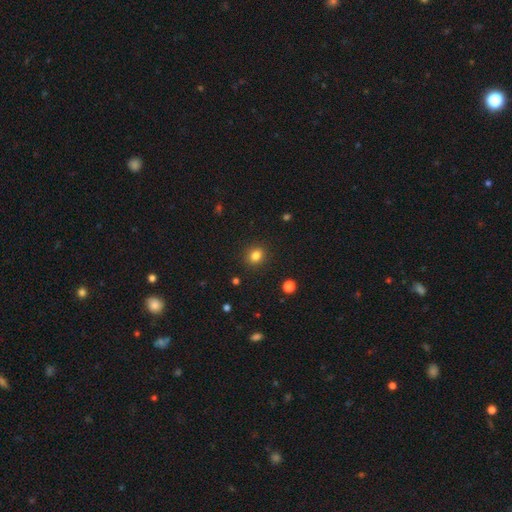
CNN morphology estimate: Q: Smooth or featured?
A: smooth (82%); runner-up: star or artifact (13%)
Q: How rounded?
A: round (74%); runner-up: in between (25%)
Q: Merging?
A: none (90%); runner-up: minor disturbance (7%)